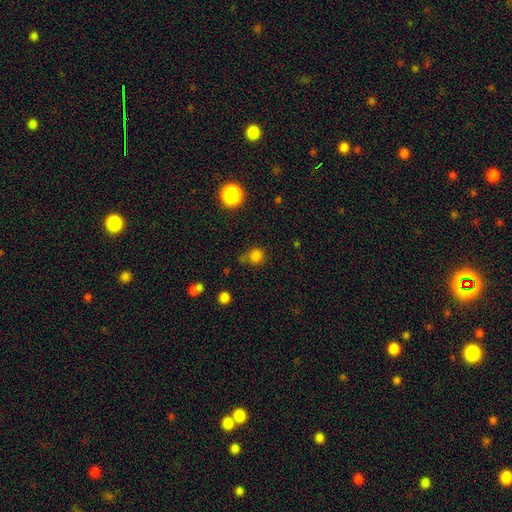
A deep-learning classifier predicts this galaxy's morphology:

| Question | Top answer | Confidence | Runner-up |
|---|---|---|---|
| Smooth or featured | smooth | 77% | star or artifact (18%) |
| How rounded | round | 87% | in between (12%) |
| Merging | none | 66% | minor disturbance (17%) |